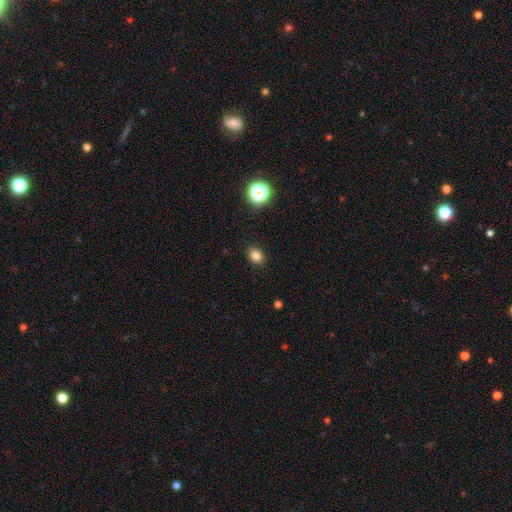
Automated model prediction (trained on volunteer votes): smooth-or-featured: smooth: 82% | star or artifact: 13% | featured or disk: 5%
  how-rounded: in between: 67% | round: 32% | cigar-shaped: 1%
  merging: none: 88% | minor disturbance: 8% | major disturbance: 2% | merger: 1%